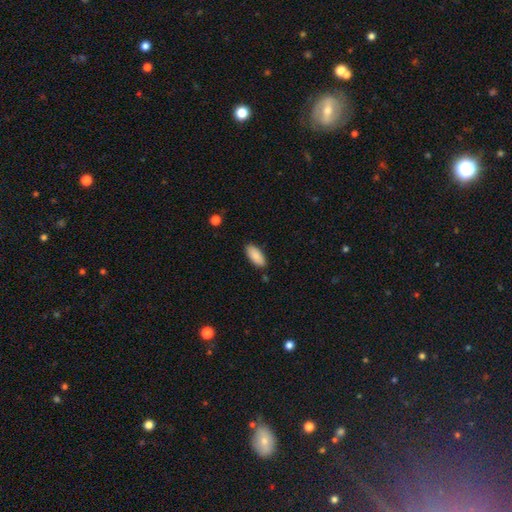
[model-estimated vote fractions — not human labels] Morphology: type=smooth (89%); roundness=in between (87%); merging=none (87%).